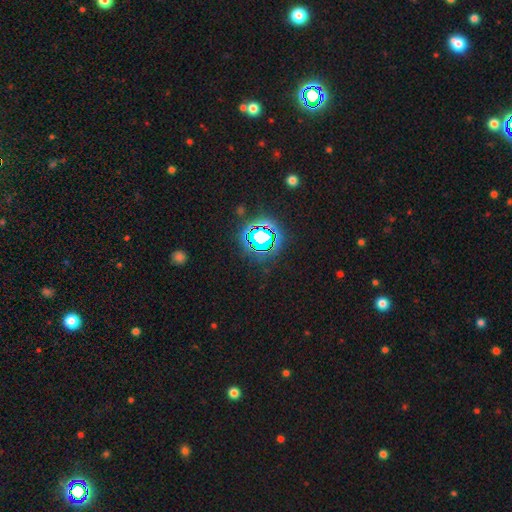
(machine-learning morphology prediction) Smooth or featured: star or artifact — 81% (smooth — 12%)